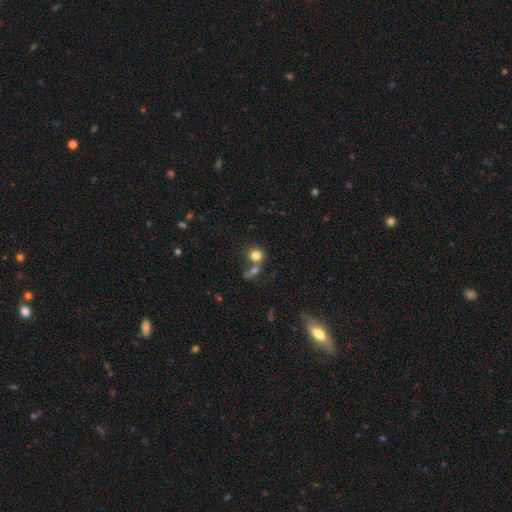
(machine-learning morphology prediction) A smooth galaxy with no disk features (79%) that is round (81%).

Vote fractions:
- Smooth or featured? smooth: 79% / star or artifact: 12% / featured or disk: 9%
- How rounded? round: 81% / in between: 18% / cigar-shaped: 1%
- Merging? none: 50% / merger: 35% / minor disturbance: 10% / major disturbance: 5%